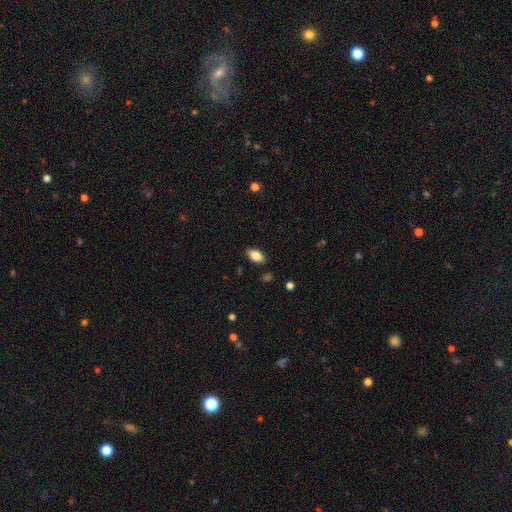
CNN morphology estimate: smooth_or_featured: smooth (p=0.84) [alt: featured or disk p=0.08]
how_rounded: in between (p=0.92) [alt: round p=0.04]
merging: none (p=0.86) [alt: minor disturbance p=0.10]